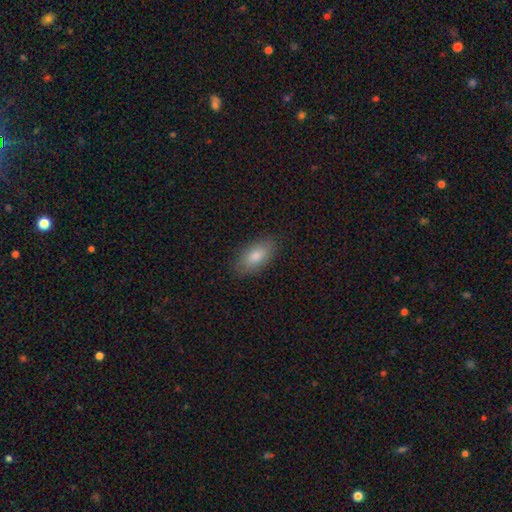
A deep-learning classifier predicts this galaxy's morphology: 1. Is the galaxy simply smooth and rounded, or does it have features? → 81% smooth, 12% featured or disk, 7% star or artifact.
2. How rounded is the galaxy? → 89% in between, 8% cigar-shaped, 3% round.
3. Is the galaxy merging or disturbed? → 87% none, 10% minor disturbance, 2% major disturbance, 1% merger.